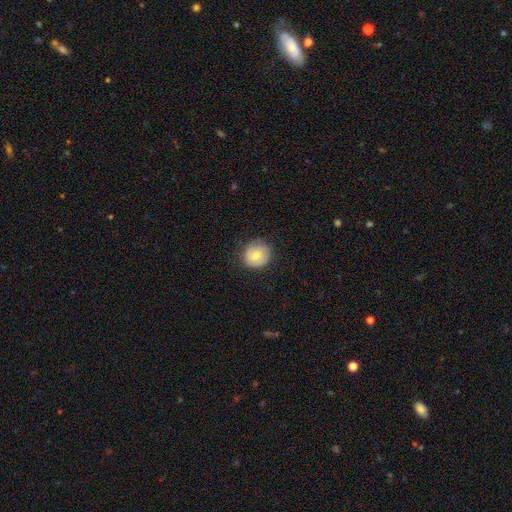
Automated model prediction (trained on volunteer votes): Smooth or featured?
  - smooth: 67% *
  - featured or disk: 25%
  - star or artifact: 8%
How rounded?
  - round: 84% *
  - in between: 15%
  - cigar-shaped: 1%
Merging?
  - none: 77% *
  - minor disturbance: 17%
  - major disturbance: 4%
  - merger: 1%